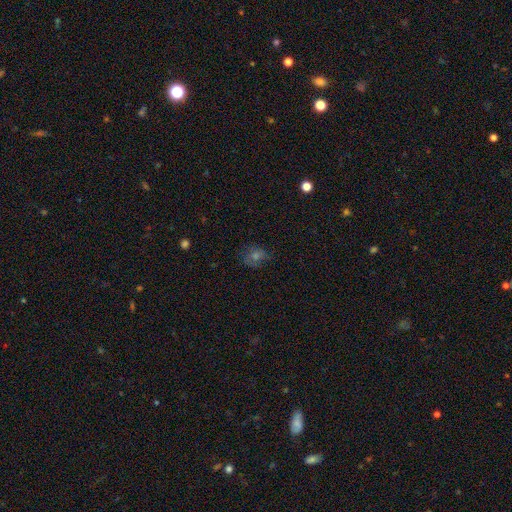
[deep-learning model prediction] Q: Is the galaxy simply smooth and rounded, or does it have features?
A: smooth — 46%.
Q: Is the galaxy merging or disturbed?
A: none — 72%.